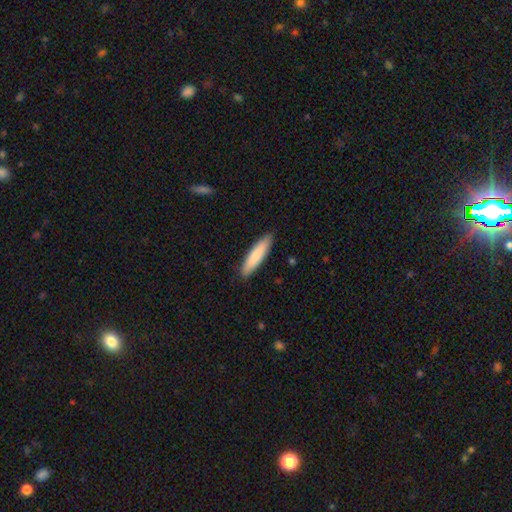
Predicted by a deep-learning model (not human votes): smooth-or-featured: smooth: 83% | featured or disk: 12% | star or artifact: 5%
  how-rounded: cigar-shaped: 79% | in between: 20% | round: 1%
  merging: none: 89% | minor disturbance: 8% | major disturbance: 1% | merger: 1%